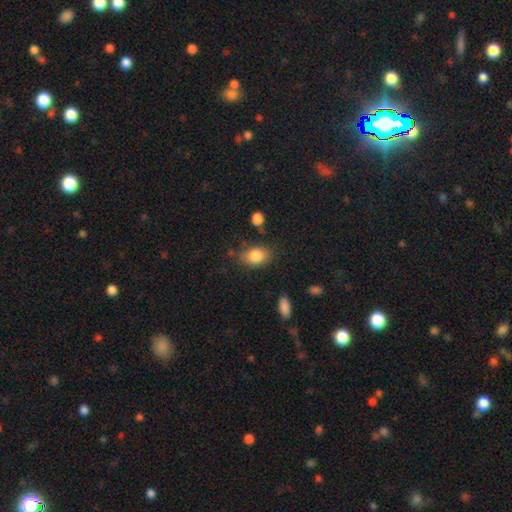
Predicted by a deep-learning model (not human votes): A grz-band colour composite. It shows a smooth galaxy with no disk features (84%) that is in between round and cigar-shaped (79%). Merging: none (74%).